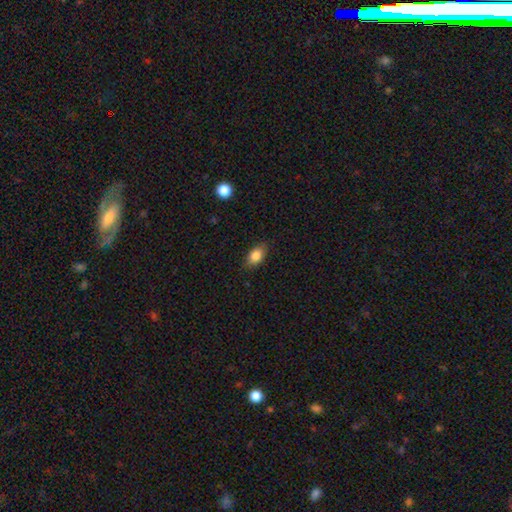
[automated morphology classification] This is clearly a smooth galaxy (84%). How rounded: clearly in between (84%). Merging: clearly none (82%).